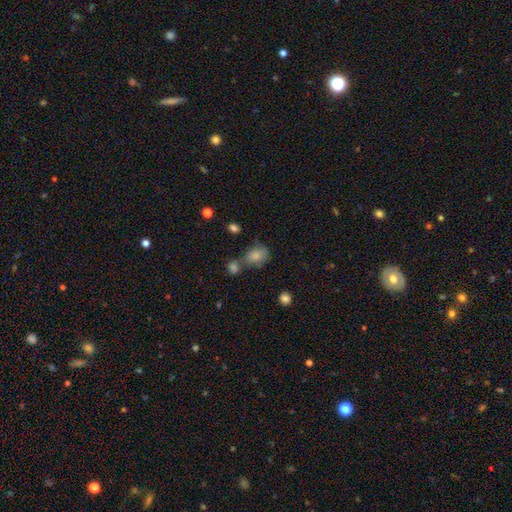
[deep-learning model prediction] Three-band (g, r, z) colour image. It shows a smooth galaxy with no disk features (80%) that is in between round and cigar-shaped (64%). Merging: none (44%).